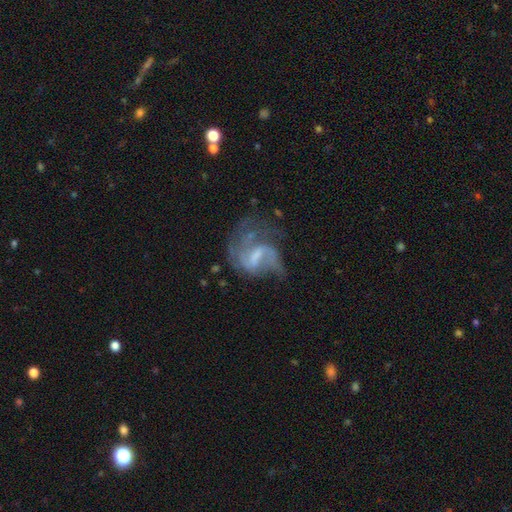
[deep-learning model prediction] Smooth or featured?
  - featured or disk: 76% *
  - smooth: 15%
  - star or artifact: 9%
Edge-on disk?
  - no: 97% *
  - yes: 3%
Bar?
  - weak: 53% *
  - strong: 24%
  - no: 23%
Spiral arms?
  - yes: 81% *
  - no: 19%
Spiral winding?
  - medium: 42% *
  - loose: 41%
  - tight: 16%
Spiral arm count?
  - 2: 52% *
  - can't tell: 20%
  - 1: 13%
  - 3: 10%
  - 4: 3%
  - more than 4: 2%
Bulge size?
  - small: 34% *
  - none: 32%
  - moderate: 28%
  - large: 5%
  - dominant: 1%
Merging?
  - major disturbance: 38% *
  - none: 37%
  - minor disturbance: 21%
  - merger: 5%